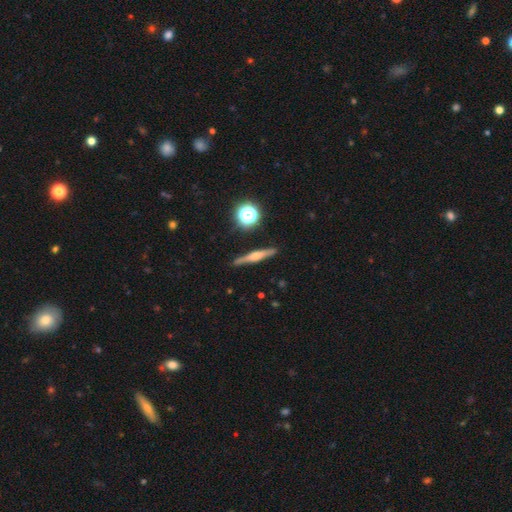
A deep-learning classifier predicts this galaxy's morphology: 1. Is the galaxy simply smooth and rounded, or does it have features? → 66% featured or disk, 25% smooth, 9% star or artifact.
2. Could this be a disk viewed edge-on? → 97% yes, 3% no.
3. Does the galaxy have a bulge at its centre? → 82% rounded, 10% boxy, 8% none.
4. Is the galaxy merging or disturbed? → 90% none, 7% minor disturbance, 2% merger, 2% major disturbance.